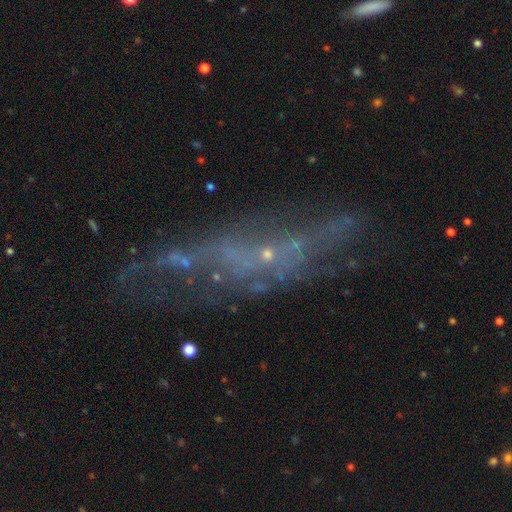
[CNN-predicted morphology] Smooth or featured?
  - featured or disk: 53% *
  - star or artifact: 26%
  - smooth: 21%
Edge-on disk?
  - no: 68% *
  - yes: 32%
Merging?
  - none: 56% *
  - minor disturbance: 20%
  - major disturbance: 18%
  - merger: 6%